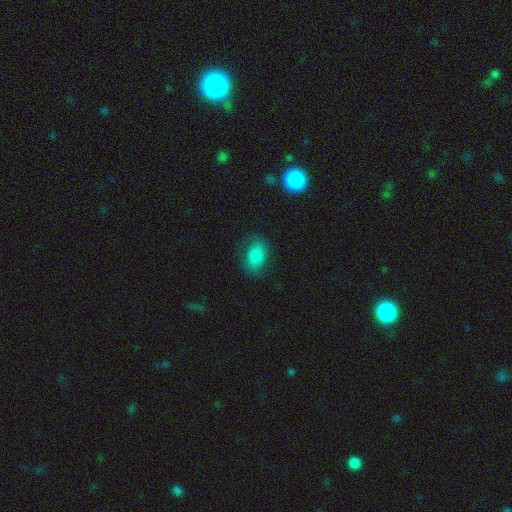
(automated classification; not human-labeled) A smooth galaxy with no disk features (79%) that is in between round and cigar-shaped (80%).

Vote fractions:
- Smooth or featured? smooth: 79% / featured or disk: 12% / star or artifact: 9%
- How rounded? in between: 80% / round: 18% / cigar-shaped: 1%
- Merging? none: 78% / minor disturbance: 16% / major disturbance: 5% / merger: 1%